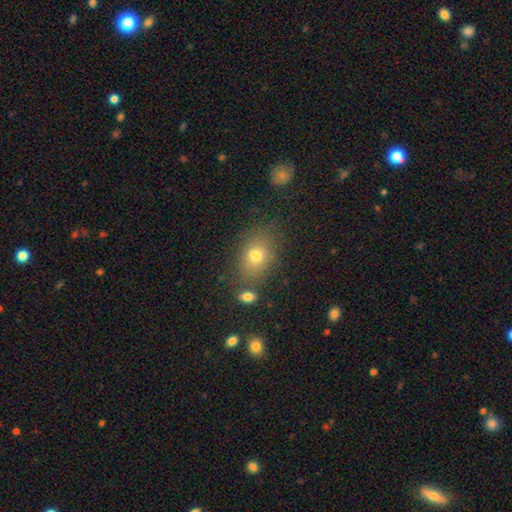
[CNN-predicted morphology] The model was most divided on "how rounded": in between: 72%, round: 26%, cigar-shaped: 2%. More confident: smooth or featured — smooth (74%); merging — none (69%).